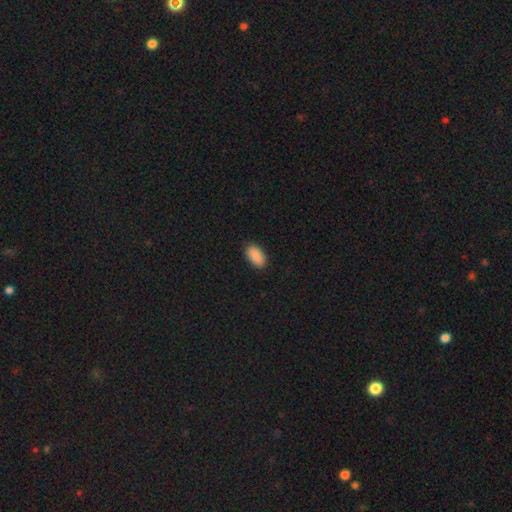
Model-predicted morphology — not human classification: Overall: smooth (89%). How rounded: in between (93%). Merging: none (87%).